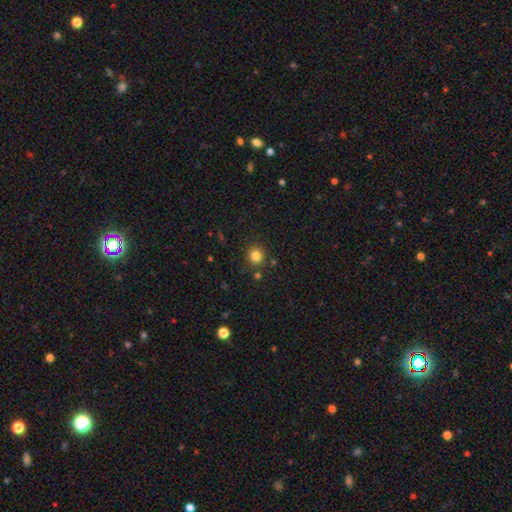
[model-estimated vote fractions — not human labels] Overall: smooth (82%). How rounded: round (90%). Merging: none (85%).